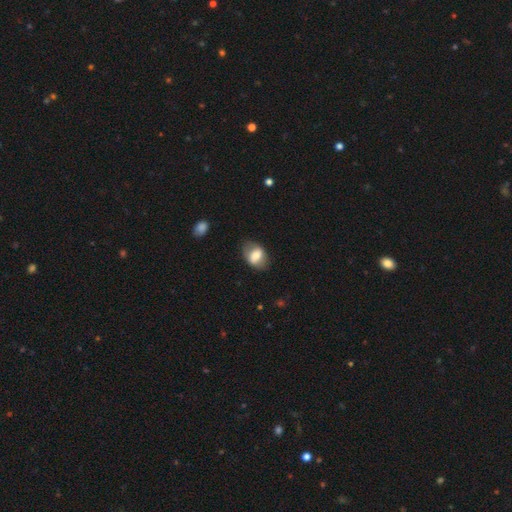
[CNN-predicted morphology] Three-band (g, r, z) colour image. It shows a smooth galaxy with no disk features (64%) that is in between round and cigar-shaped (78%). Merging: none (75%).